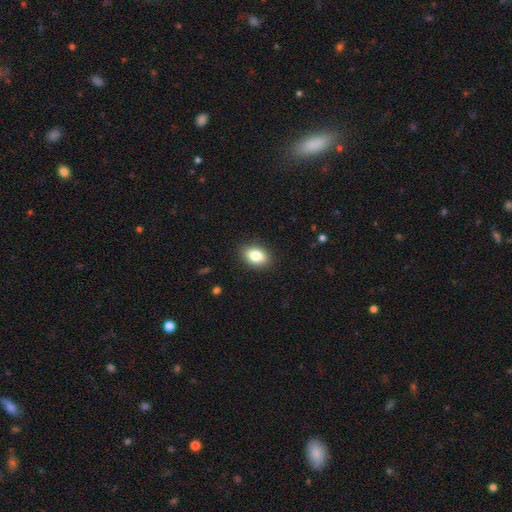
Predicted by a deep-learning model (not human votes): Smooth or featured? smooth (82%)
How rounded? in between (81%)
Merging? none (88%)